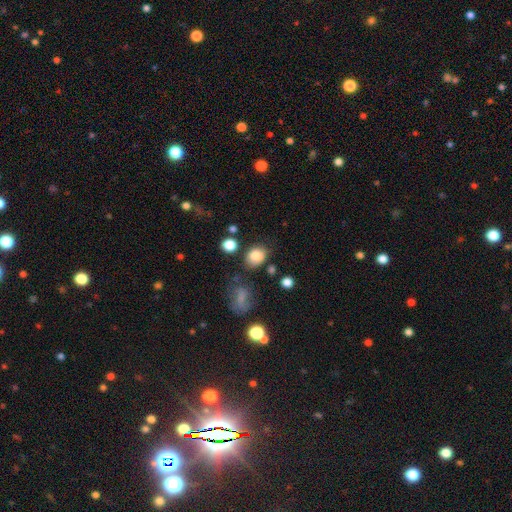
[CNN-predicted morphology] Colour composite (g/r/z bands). It shows a smooth galaxy with no disk features (82%) that is in between round and cigar-shaped (53%). Merging: none (70%).